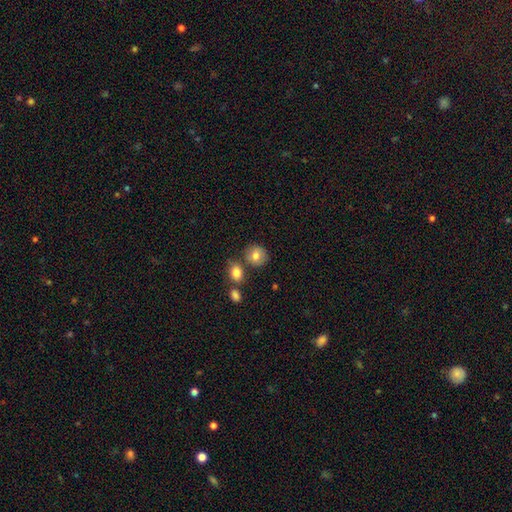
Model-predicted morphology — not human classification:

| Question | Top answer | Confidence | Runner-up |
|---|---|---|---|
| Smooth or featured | smooth | 80% | featured or disk (11%) |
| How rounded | round | 81% | in between (18%) |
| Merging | none | 74% | merger (12%) |